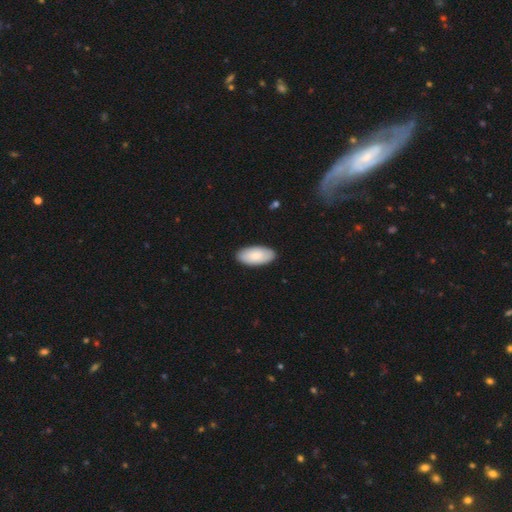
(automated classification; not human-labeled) Q: Smooth or featured?
A: smooth (80%); runner-up: featured or disk (15%)
Q: How rounded?
A: in between (95%); runner-up: cigar-shaped (3%)
Q: Merging?
A: none (88%); runner-up: minor disturbance (9%)